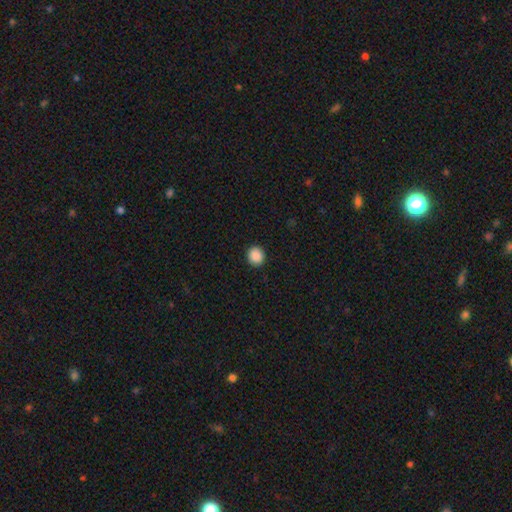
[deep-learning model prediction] Smooth or featured: smooth — 89% (star or artifact — 9%)
How rounded: round — 84% (in between — 15%)
Merging: none — 92% (minor disturbance — 5%)